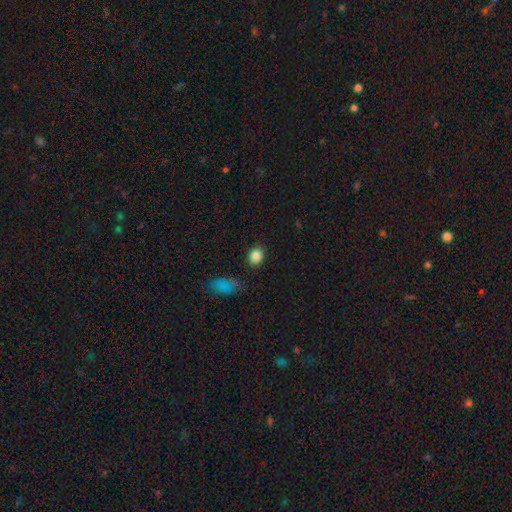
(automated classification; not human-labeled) Smooth or featured: smooth — 85% (star or artifact — 10%)
How rounded: round — 52% (in between — 47%)
Merging: none — 84% (minor disturbance — 11%)